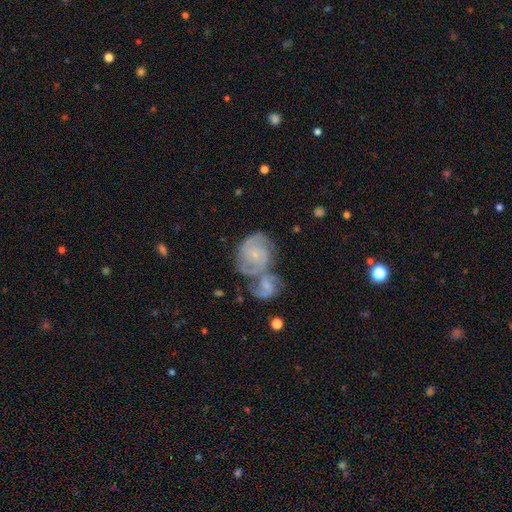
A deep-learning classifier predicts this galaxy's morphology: smooth_or_featured: featured or disk (p=0.80) [alt: smooth p=0.13]
disk_edge_on: no (p=0.98) [alt: yes p=0.02]
bar: no (p=0.70) [alt: weak p=0.24]
has_spiral_arms: yes (p=0.93) [alt: no p=0.07]
spiral_winding: tight (p=0.55) [alt: medium p=0.36]
spiral_arm_count: 2 (p=0.44) [alt: can't tell p=0.23]
bulge_size: small (p=0.77) [alt: moderate p=0.17]
merging: merger (p=0.60) [alt: none p=0.23]